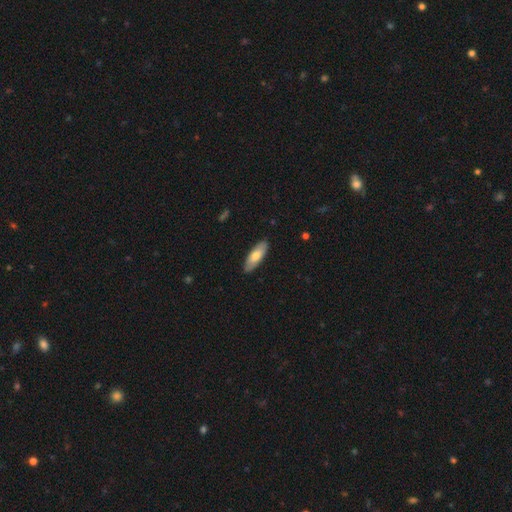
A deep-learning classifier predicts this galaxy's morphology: This appears to be a smooth galaxy with no disk features (66%) that is in between round and cigar-shaped (68%). Merging: none (87%).